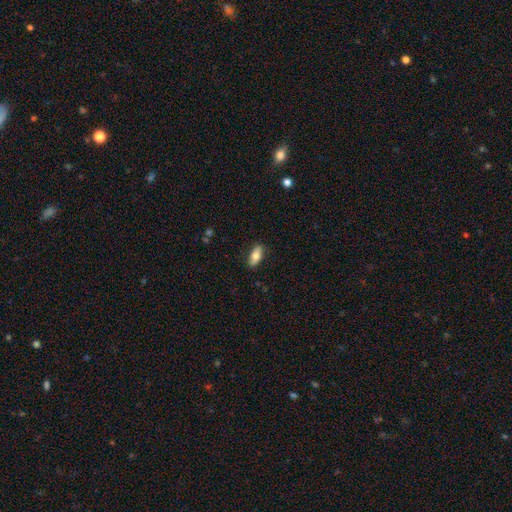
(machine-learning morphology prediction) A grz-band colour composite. It shows a smooth galaxy with no disk features (74%) that is in between round and cigar-shaped (79%). Merging: none (86%).